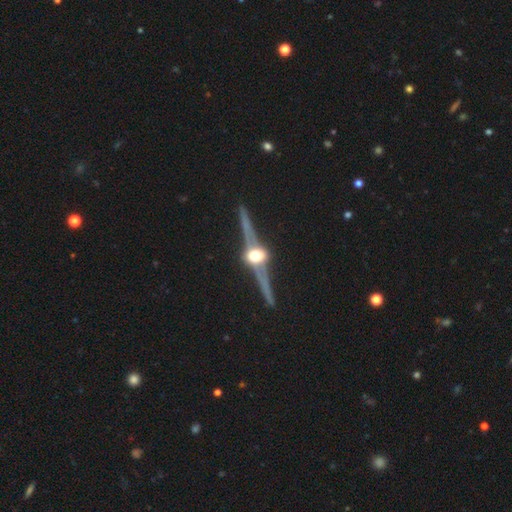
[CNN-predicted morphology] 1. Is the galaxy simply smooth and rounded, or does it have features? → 90% featured or disk, 6% star or artifact, 4% smooth.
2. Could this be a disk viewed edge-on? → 98% yes, 2% no.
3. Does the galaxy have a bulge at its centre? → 95% rounded, 3% boxy, 2% none.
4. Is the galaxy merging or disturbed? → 91% none, 6% minor disturbance, 2% major disturbance, 2% merger.